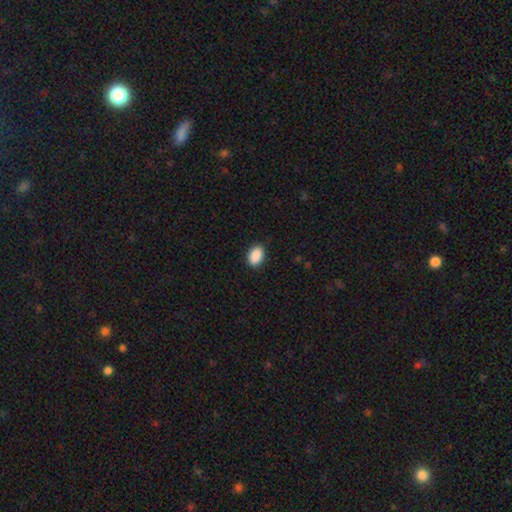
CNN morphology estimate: Q: Smooth or featured?
A: smooth (91%); runner-up: star or artifact (7%)
Q: How rounded?
A: in between (86%); runner-up: round (13%)
Q: Merging?
A: none (88%); runner-up: minor disturbance (9%)